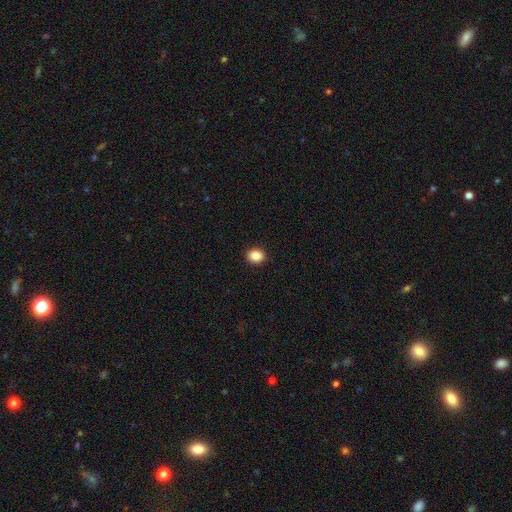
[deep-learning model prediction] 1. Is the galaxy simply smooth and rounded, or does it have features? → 88% smooth, 9% star or artifact, 3% featured or disk.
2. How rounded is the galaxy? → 58% round, 41% in between, 1% cigar-shaped.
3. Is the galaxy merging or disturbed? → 92% none, 6% minor disturbance, 2% major disturbance, 1% merger.